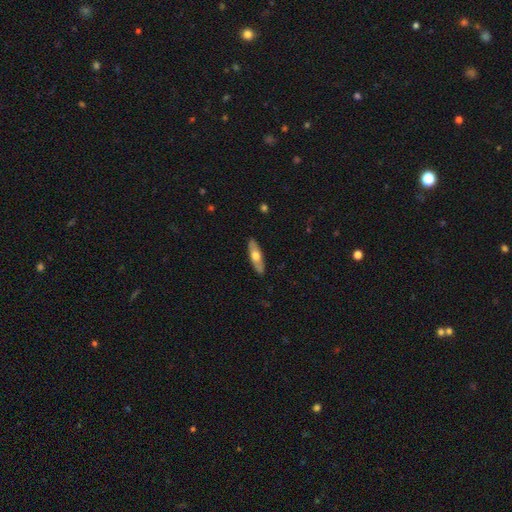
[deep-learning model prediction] Smooth or featured: smooth — 55% (featured or disk — 40%)
How rounded: cigar-shaped — 51% (in between — 47%)
Merging: none — 89% (minor disturbance — 9%)